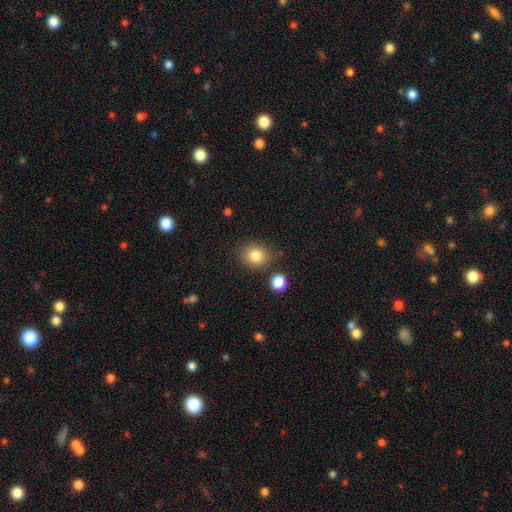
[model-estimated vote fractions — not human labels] Smooth or featured: smooth — 84% (star or artifact — 10%)
How rounded: round — 75% (in between — 24%)
Merging: none — 81% (minor disturbance — 11%)